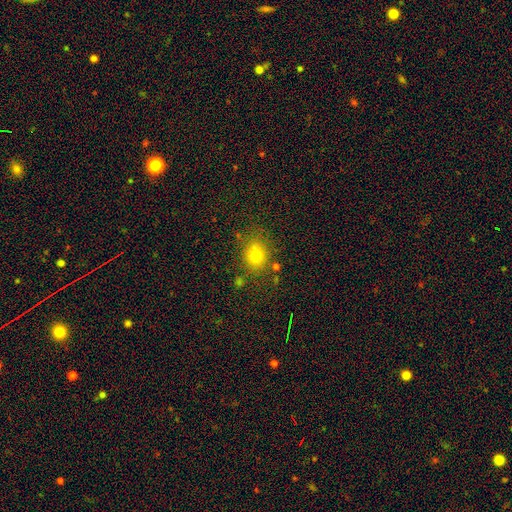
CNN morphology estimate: Smooth or featured?
  - smooth: 74% *
  - star or artifact: 16%
  - featured or disk: 10%
How rounded?
  - round: 68% *
  - in between: 30%
  - cigar-shaped: 1%
Merging?
  - none: 75% *
  - minor disturbance: 13%
  - merger: 6%
  - major disturbance: 5%